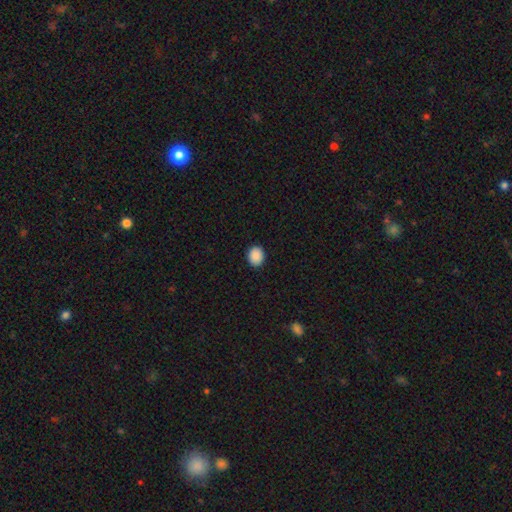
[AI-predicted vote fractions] Smooth or featured? Predicted: smooth (p=0.90). How rounded? Predicted: round (p=0.61). Merging? Predicted: none (p=0.91).